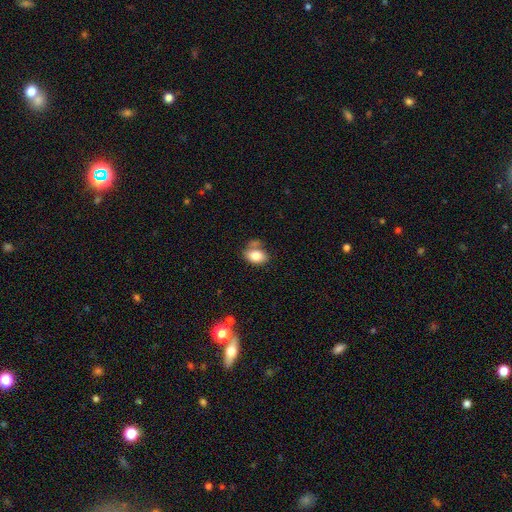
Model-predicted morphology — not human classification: Q: Smooth or featured?
A: smooth (82%); runner-up: featured or disk (10%)
Q: How rounded?
A: in between (85%); runner-up: round (13%)
Q: Merging?
A: none (53%); runner-up: merger (21%)